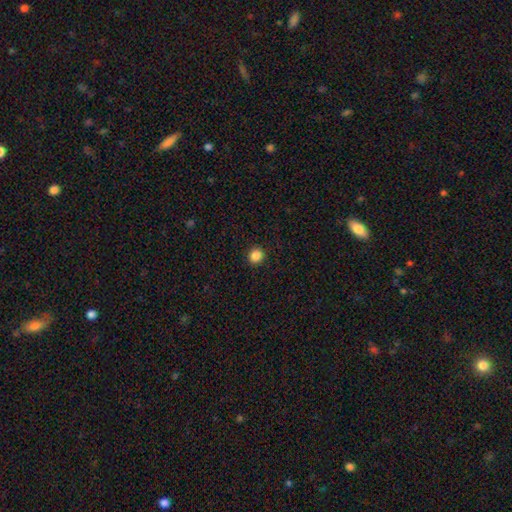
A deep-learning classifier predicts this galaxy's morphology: Q: Smooth or featured?
A: smooth (86%); runner-up: star or artifact (11%)
Q: How rounded?
A: round (90%); runner-up: in between (9%)
Q: Merging?
A: none (93%); runner-up: minor disturbance (5%)